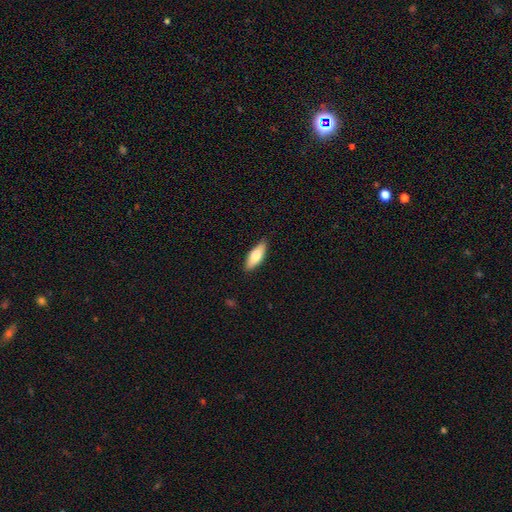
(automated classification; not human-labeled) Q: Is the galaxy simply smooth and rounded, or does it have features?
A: smooth — 72%.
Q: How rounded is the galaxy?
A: in between — 71%.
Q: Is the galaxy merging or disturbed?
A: none — 87%.